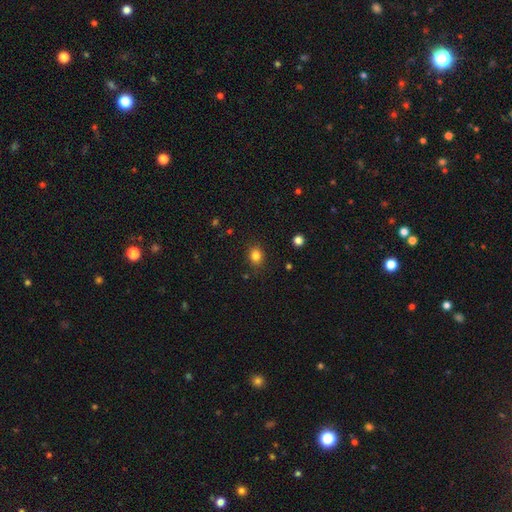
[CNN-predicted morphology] Smooth or featured: smooth — 83% (star or artifact — 12%)
How rounded: round — 57% (in between — 42%)
Merging: none — 86% (minor disturbance — 10%)